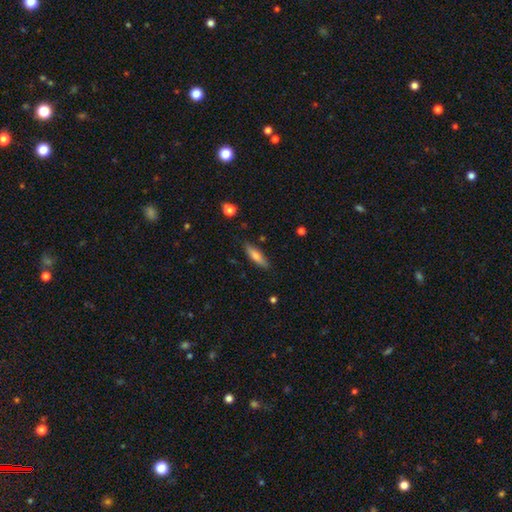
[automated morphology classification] smooth_or_featured: smooth (p=0.71) [alt: featured or disk p=0.22]
how_rounded: cigar-shaped (p=0.65) [alt: in between p=0.33]
merging: none (p=0.85) [alt: minor disturbance p=0.11]